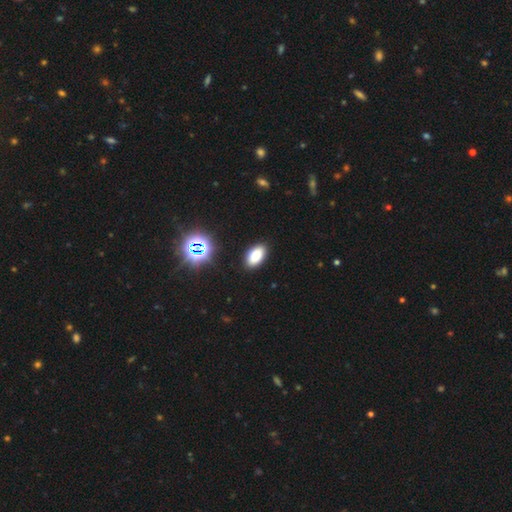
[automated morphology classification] A smooth galaxy with no disk features (81%) that is in between round and cigar-shaped (93%).

Vote fractions:
- Smooth or featured? smooth: 81% / star or artifact: 13% / featured or disk: 6%
- How rounded? in between: 93% / round: 5% / cigar-shaped: 3%
- Merging? none: 89% / minor disturbance: 7% / major disturbance: 2% / merger: 1%